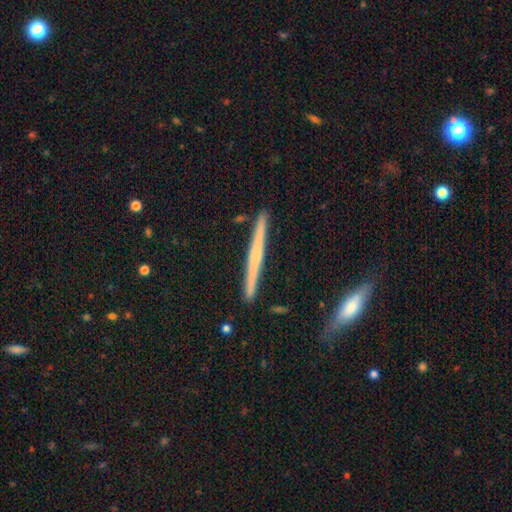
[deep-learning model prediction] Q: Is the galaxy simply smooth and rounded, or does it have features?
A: featured or disk — 54%.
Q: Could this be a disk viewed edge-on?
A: yes — 98%.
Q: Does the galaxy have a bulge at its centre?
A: none — 64%.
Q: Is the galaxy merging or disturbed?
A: none — 90%.